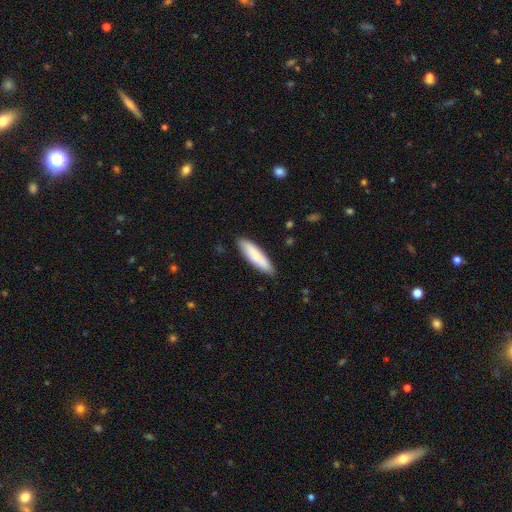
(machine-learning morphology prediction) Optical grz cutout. It shows a smooth galaxy with no disk features (80%) that is cigar-shaped (72%). Merging: none (86%).